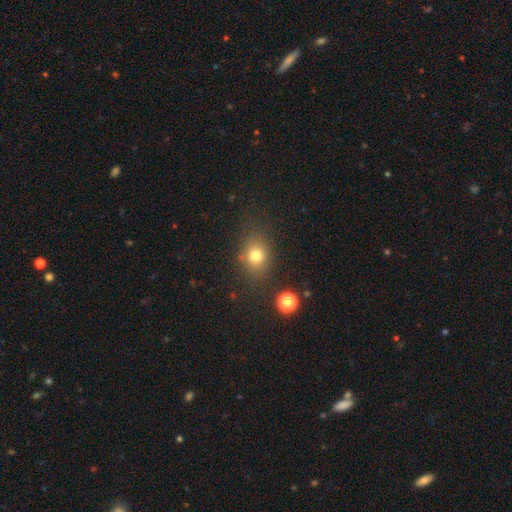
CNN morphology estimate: smooth 76%, star or artifact 15%, featured or disk 9%. Down the decision tree: how rounded — round (57%); merging — none (77%).